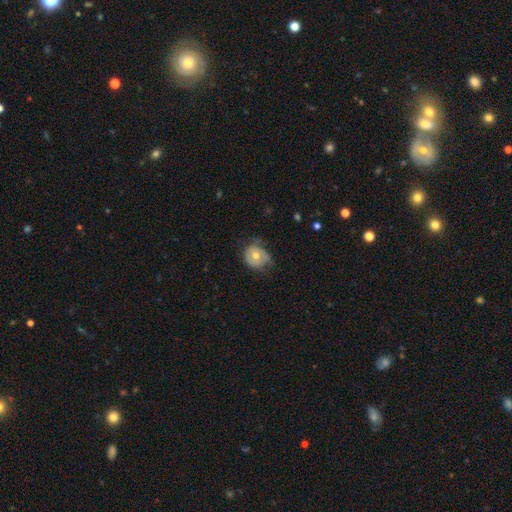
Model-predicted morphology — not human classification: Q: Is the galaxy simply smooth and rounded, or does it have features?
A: featured or disk — 51%.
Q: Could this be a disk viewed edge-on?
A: no — 96%.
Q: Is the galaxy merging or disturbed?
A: none — 54%.